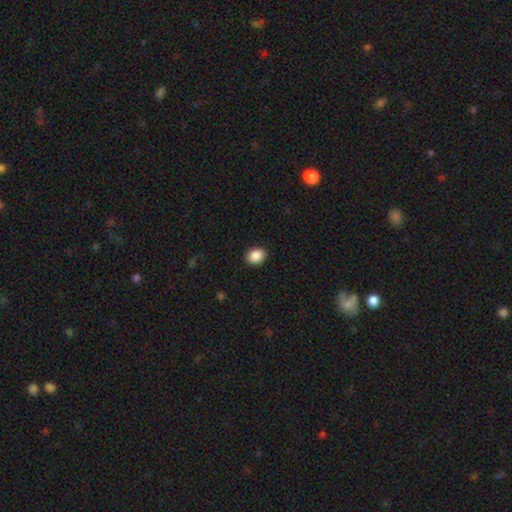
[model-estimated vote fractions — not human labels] smooth-or-featured: smooth: 89% | star or artifact: 8% | featured or disk: 3%
  how-rounded: in between: 55% | round: 45% | cigar-shaped: 1%
  merging: none: 90% | minor disturbance: 7% | major disturbance: 2% | merger: 1%